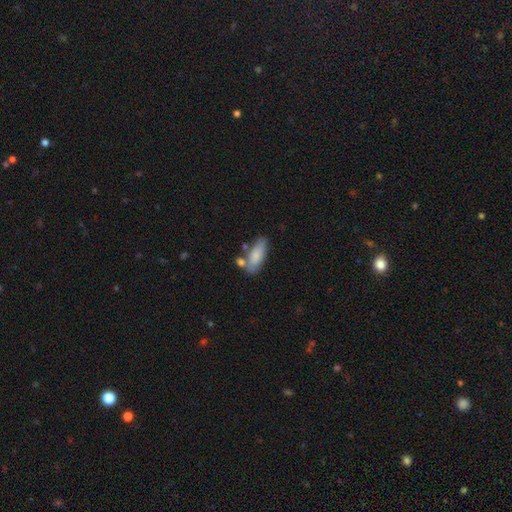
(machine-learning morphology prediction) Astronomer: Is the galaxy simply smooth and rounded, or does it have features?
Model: smooth — 80%.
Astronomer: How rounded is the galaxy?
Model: in between — 74%.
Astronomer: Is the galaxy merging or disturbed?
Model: none — 59%.